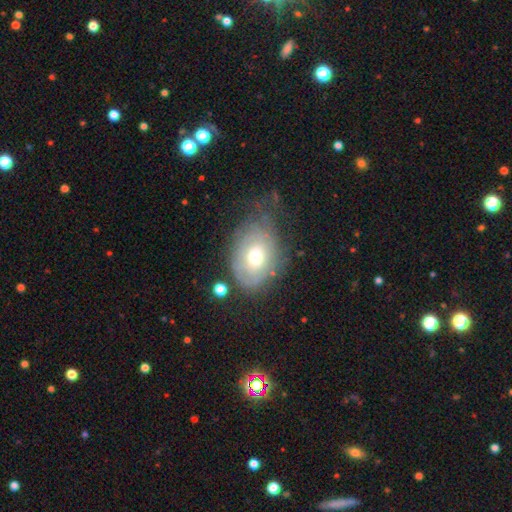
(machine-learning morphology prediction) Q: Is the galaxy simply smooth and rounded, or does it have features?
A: smooth — 46%.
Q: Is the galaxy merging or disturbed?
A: none — 50%.